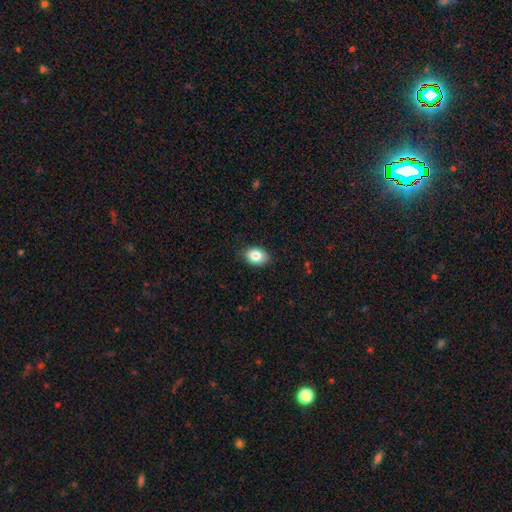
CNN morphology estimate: Smooth or featured?
  - smooth: 85% *
  - star or artifact: 8%
  - featured or disk: 7%
How rounded?
  - in between: 73% *
  - round: 26%
  - cigar-shaped: 1%
Merging?
  - none: 86% *
  - minor disturbance: 11%
  - major disturbance: 2%
  - merger: 1%